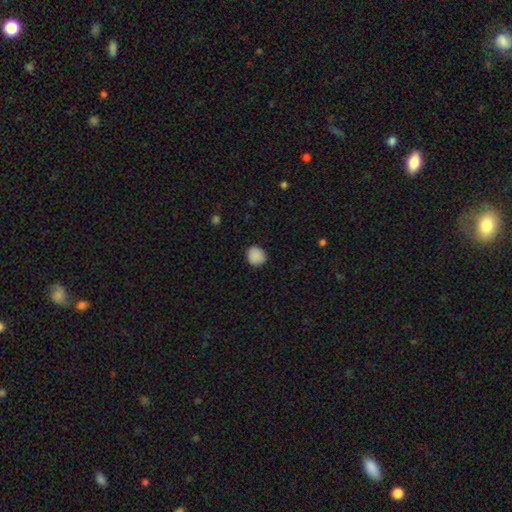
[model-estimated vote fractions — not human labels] smooth 88%, star or artifact 8%, featured or disk 3%. Down the decision tree: how rounded — round (82%); merging — none (86%).